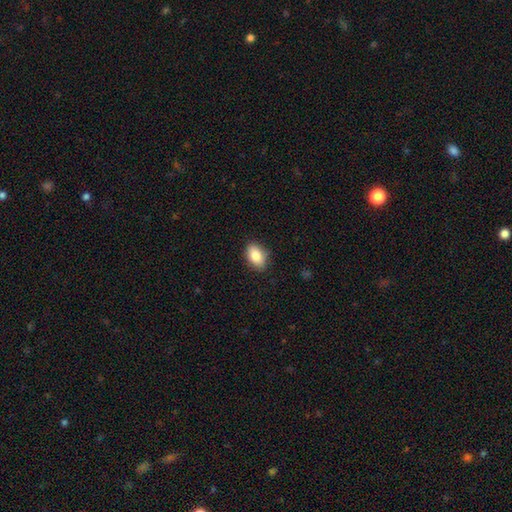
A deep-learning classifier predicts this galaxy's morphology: Q: Smooth or featured?
A: smooth (85%); runner-up: featured or disk (8%)
Q: How rounded?
A: in between (87%); runner-up: round (11%)
Q: Merging?
A: none (86%); runner-up: minor disturbance (11%)